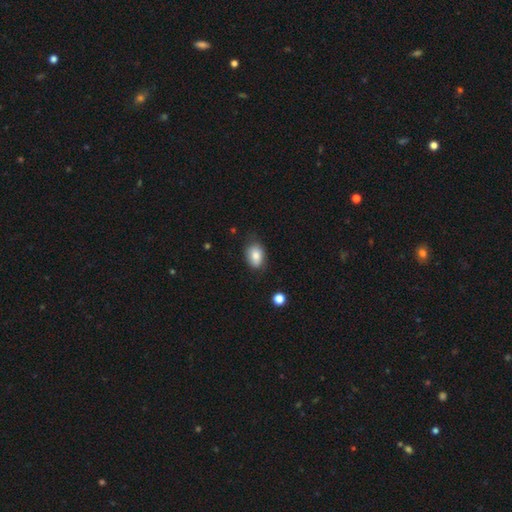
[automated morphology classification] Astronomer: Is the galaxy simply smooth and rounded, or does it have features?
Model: smooth — 83%.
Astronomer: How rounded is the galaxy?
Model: in between — 83%.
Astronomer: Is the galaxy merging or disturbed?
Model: none — 71%.